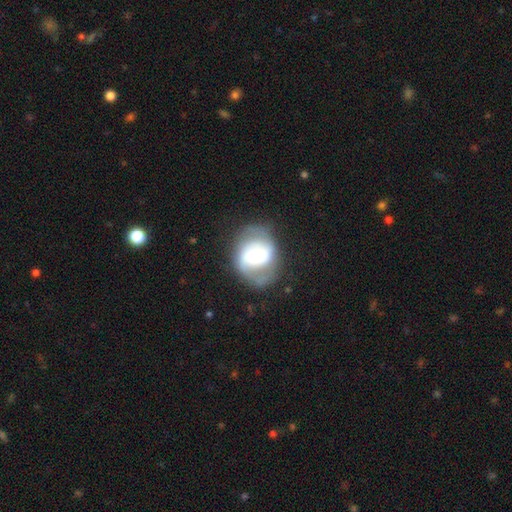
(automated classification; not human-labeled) Smooth or featured?
  - featured or disk: 67% *
  - smooth: 26%
  - star or artifact: 7%
Edge-on disk?
  - no: 97% *
  - yes: 3%
Bar?
  - no: 44% *
  - weak: 34%
  - strong: 21%
Spiral arms?
  - yes: 77% *
  - no: 23%
Spiral winding?
  - medium: 45% *
  - tight: 30%
  - loose: 25%
Spiral arm count?
  - 2: 79% *
  - can't tell: 11%
  - 1: 5%
  - 3: 2%
  - 4: 1%
  - more than 4: 1%
Bulge size?
  - moderate: 45% *
  - small: 36%
  - large: 14%
  - dominant: 3%
  - none: 2%
Merging?
  - none: 65% *
  - minor disturbance: 19%
  - major disturbance: 15%
  - merger: 2%